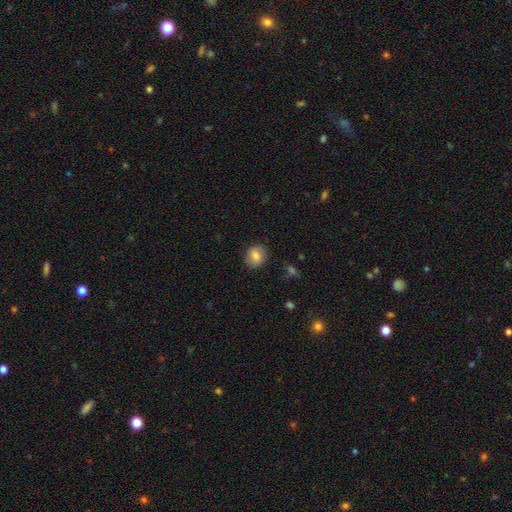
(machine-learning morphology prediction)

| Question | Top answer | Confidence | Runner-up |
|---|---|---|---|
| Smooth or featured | smooth | 78% | featured or disk (13%) |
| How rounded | round | 78% | in between (21%) |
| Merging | none | 84% | minor disturbance (12%) |